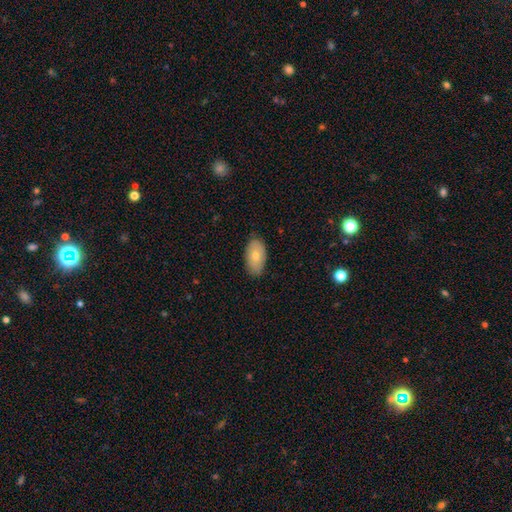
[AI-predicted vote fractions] Overall: smooth (73%). How rounded: in between (94%). Merging: none (82%).